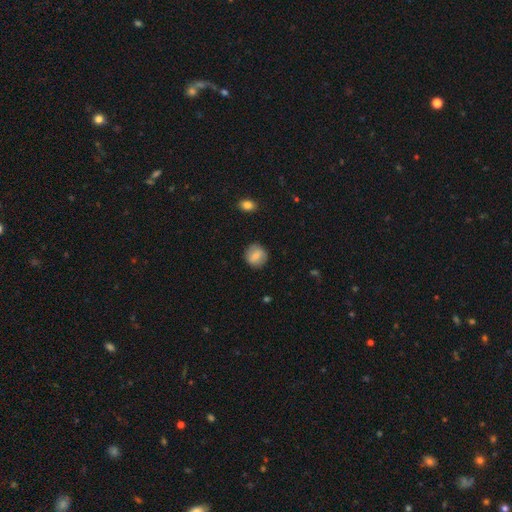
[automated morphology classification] Smooth or featured? smooth (79%)
How rounded? round (85%)
Merging? none (87%)